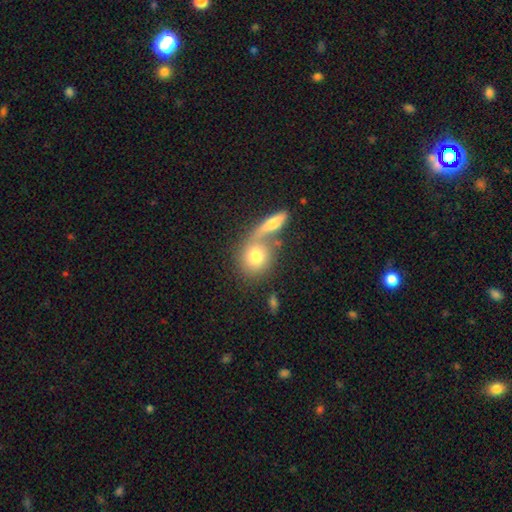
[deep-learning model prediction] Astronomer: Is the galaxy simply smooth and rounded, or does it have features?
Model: smooth — 74%.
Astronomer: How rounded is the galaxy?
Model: round — 68%.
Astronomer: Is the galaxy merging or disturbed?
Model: merger — 44% (runner-up: none, 41%).